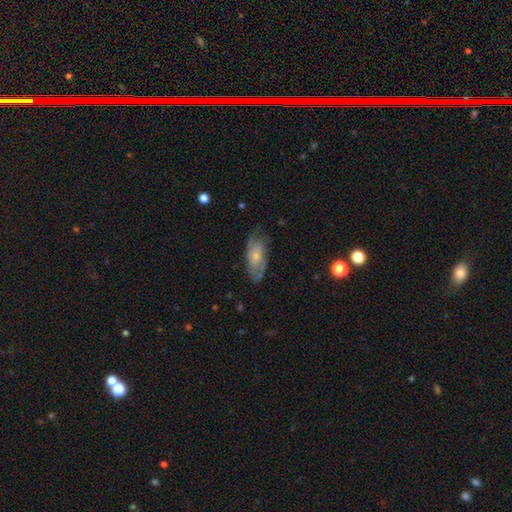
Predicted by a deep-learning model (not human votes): Q: Smooth or featured?
A: smooth (49%); runner-up: featured or disk (45%)
Q: Merging?
A: none (64%); runner-up: minor disturbance (25%)